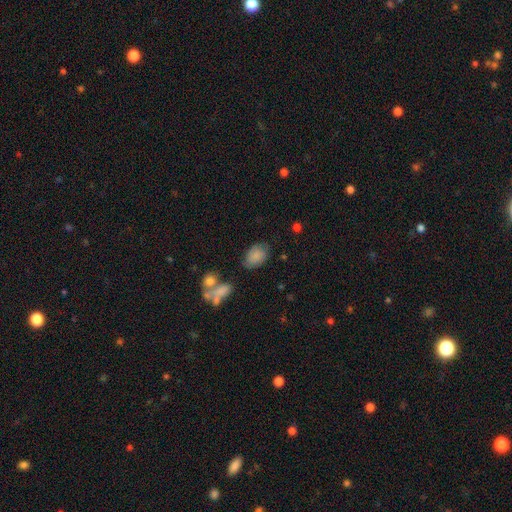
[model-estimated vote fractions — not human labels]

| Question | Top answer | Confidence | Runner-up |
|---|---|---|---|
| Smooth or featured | smooth | 76% | featured or disk (15%) |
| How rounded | in between | 83% | round (16%) |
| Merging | none | 67% | minor disturbance (21%) |